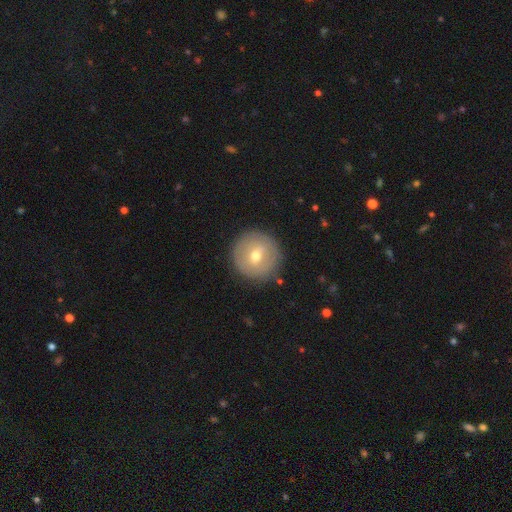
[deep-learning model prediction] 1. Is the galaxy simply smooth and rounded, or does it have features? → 60% smooth, 32% featured or disk, 8% star or artifact.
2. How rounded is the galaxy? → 96% round, 3% in between, 1% cigar-shaped.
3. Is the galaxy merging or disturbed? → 88% none, 8% minor disturbance, 3% major disturbance, 1% merger.